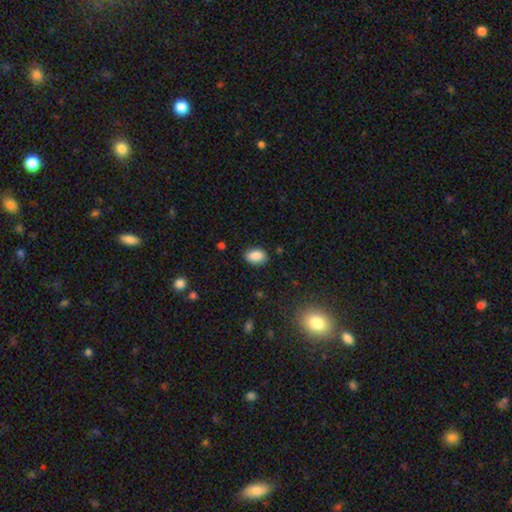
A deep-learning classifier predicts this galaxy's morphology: smooth-or-featured: smooth: 88% | star or artifact: 8% | featured or disk: 4%
  how-rounded: in between: 88% | round: 11% | cigar-shaped: 2%
  merging: none: 85% | minor disturbance: 11% | major disturbance: 2% | merger: 1%